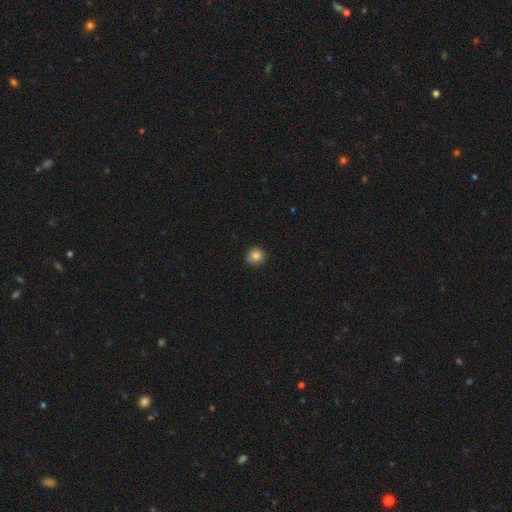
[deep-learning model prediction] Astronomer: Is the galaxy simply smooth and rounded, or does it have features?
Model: smooth — 82%.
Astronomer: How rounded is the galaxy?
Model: round — 92%.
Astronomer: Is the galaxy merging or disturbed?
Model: none — 89%.